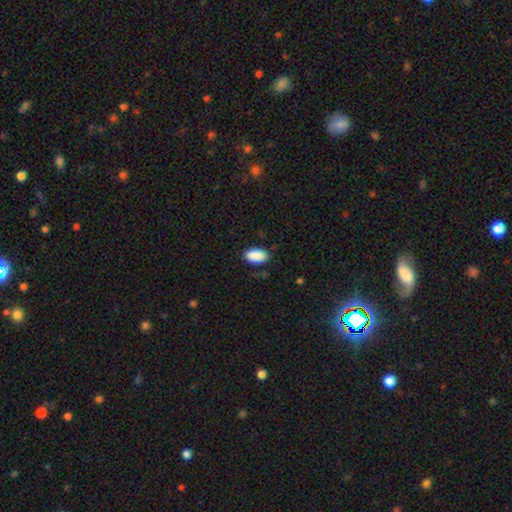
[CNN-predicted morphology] Smooth or featured?
  - smooth: 90% *
  - star or artifact: 7%
  - featured or disk: 4%
How rounded?
  - in between: 94% *
  - round: 4%
  - cigar-shaped: 2%
Merging?
  - none: 81% *
  - minor disturbance: 14%
  - major disturbance: 3%
  - merger: 1%